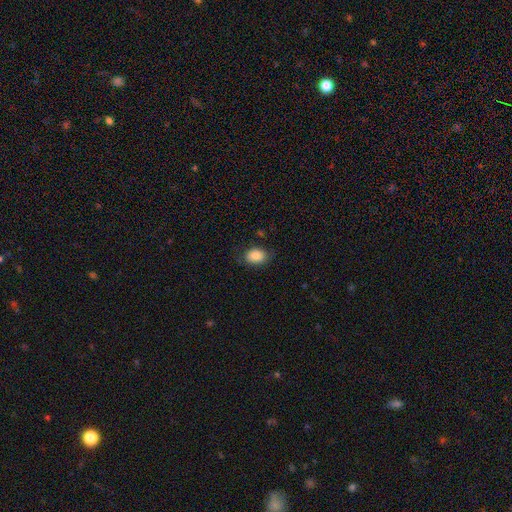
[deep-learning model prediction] smooth_or_featured: smooth (p=0.87) [alt: star or artifact p=0.08]
how_rounded: in between (p=0.76) [alt: round p=0.23]
merging: none (p=0.78) [alt: minor disturbance p=0.16]